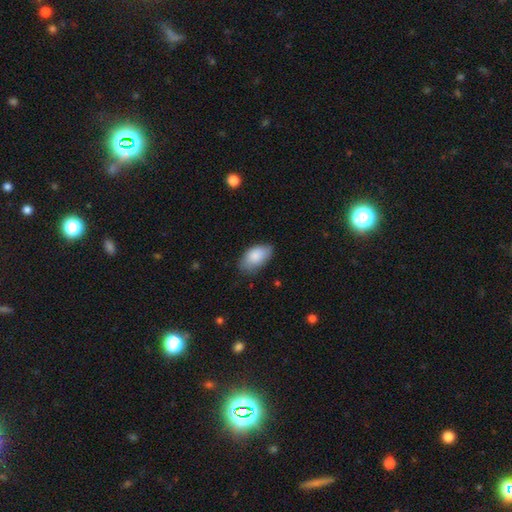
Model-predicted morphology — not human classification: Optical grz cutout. It shows a smooth galaxy with no disk features (86%) that is in between round and cigar-shaped (94%). Merging: none (70%).